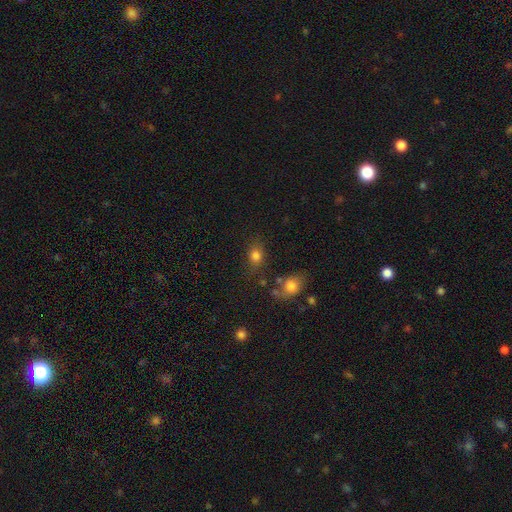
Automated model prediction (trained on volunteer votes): A smooth galaxy with no disk features (79%) that is in between round and cigar-shaped (53%).

Vote fractions:
- Smooth or featured? smooth: 79% / star or artifact: 13% / featured or disk: 8%
- How rounded? in between: 53% / round: 45% / cigar-shaped: 2%
- Merging? none: 69% / minor disturbance: 16% / merger: 9% / major disturbance: 6%